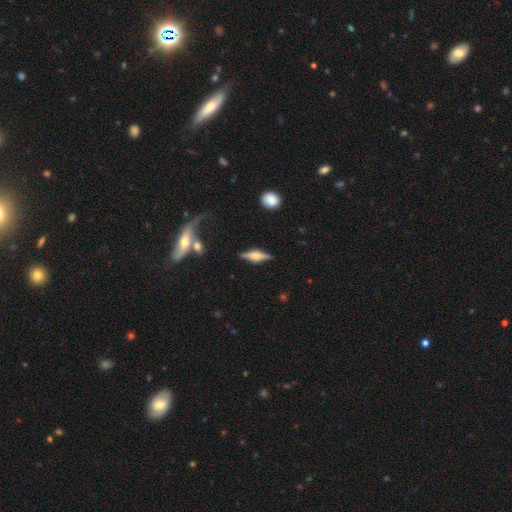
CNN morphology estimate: Q: Smooth or featured?
A: featured or disk (70%); runner-up: smooth (23%)
Q: Edge-on disk?
A: yes (96%); runner-up: no (4%)
Q: Edge-on bulge?
A: rounded (81%); runner-up: boxy (16%)
Q: Merging?
A: none (83%); runner-up: minor disturbance (11%)